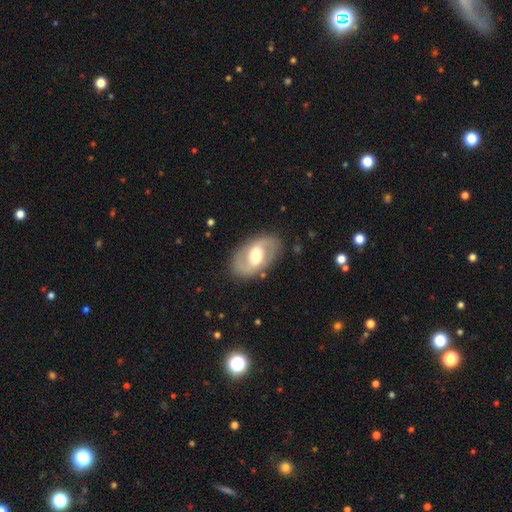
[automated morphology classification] This is likely a featured or disk galaxy (75%). It is clearly not viewed edge-on (96%). Bar: possibly weak (46%). Spiral arm pattern: clearly yes (81%). Spiral arm count: clearly 2 (90%). Spiral winding: possibly medium (49%). Central bulge: likely moderate (64%). Merging: clearly none (84%).